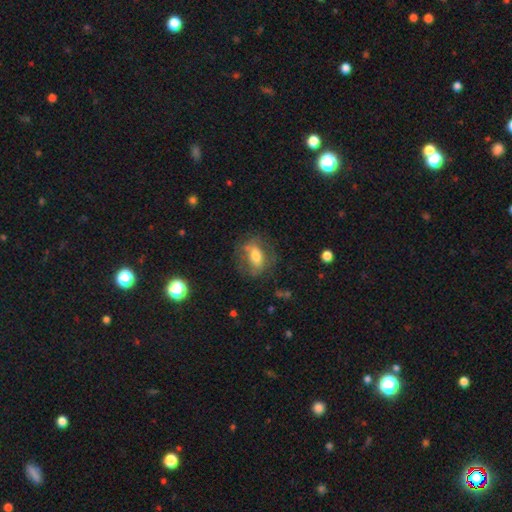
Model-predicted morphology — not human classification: Q: Smooth or featured?
A: smooth (54%); runner-up: featured or disk (37%)
Q: How rounded?
A: in between (73%); runner-up: round (20%)
Q: Merging?
A: none (63%); runner-up: minor disturbance (21%)